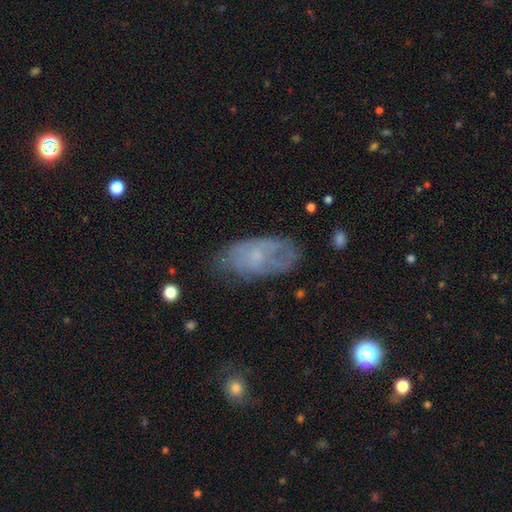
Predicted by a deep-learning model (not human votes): Morphology: type=smooth (46%); merging=none (59%).